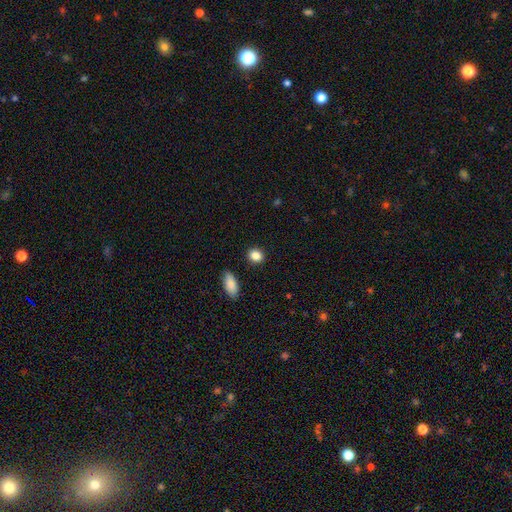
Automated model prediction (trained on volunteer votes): A smooth galaxy with no disk features (86%) that is round (65%).

Vote fractions:
- Smooth or featured? smooth: 86% / star or artifact: 9% / featured or disk: 5%
- How rounded? round: 65% / in between: 33% / cigar-shaped: 2%
- Merging? none: 90% / minor disturbance: 7% / major disturbance: 2% / merger: 2%